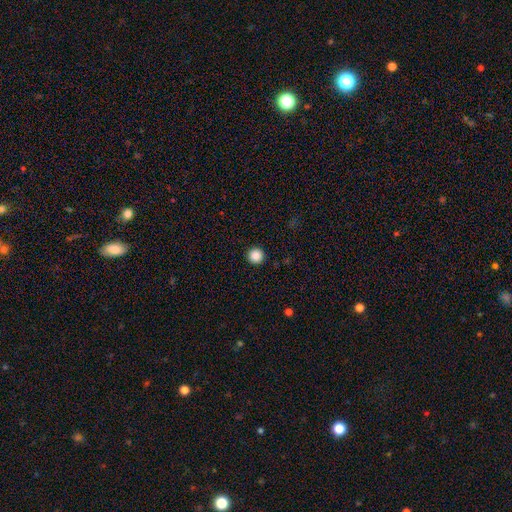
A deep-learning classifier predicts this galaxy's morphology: Smooth or featured: smooth — 88% (star or artifact — 10%)
How rounded: round — 96% (in between — 3%)
Merging: none — 93% (minor disturbance — 4%)